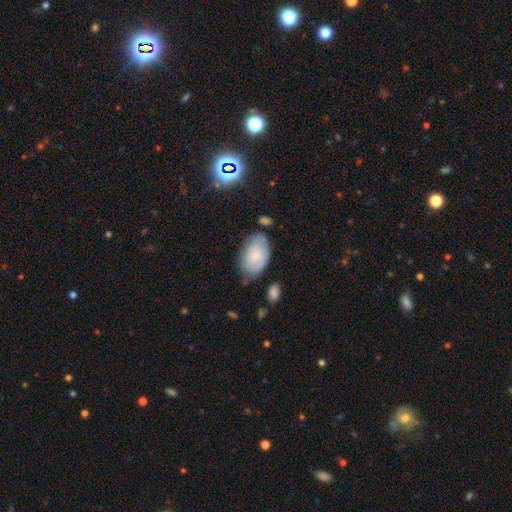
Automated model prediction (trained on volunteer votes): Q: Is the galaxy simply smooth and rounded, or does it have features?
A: smooth — 57%.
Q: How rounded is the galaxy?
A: in between — 90%.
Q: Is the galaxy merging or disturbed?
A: none — 64%.